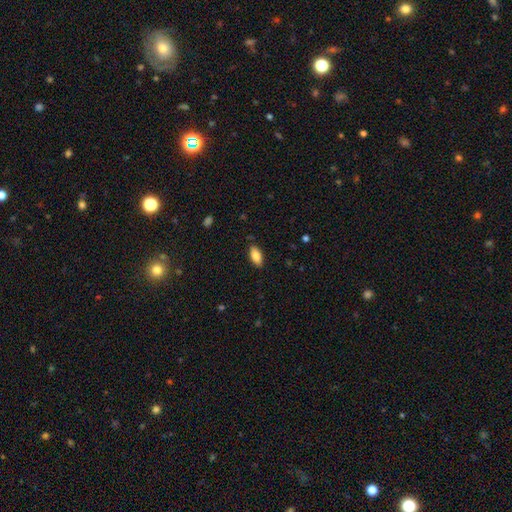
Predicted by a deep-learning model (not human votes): A smooth galaxy with no disk features (83%) that is in between round and cigar-shaped (88%).

Vote fractions:
- Smooth or featured? smooth: 83% / featured or disk: 10% / star or artifact: 7%
- How rounded? in between: 88% / cigar-shaped: 10% / round: 2%
- Merging? none: 86% / minor disturbance: 11% / major disturbance: 2% / merger: 1%